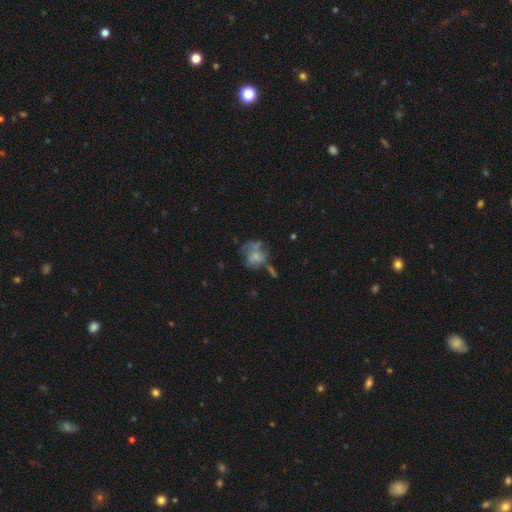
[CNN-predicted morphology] This appears to be a smooth galaxy with no disk features (52%) that is round (61%). Merging: none (35%).